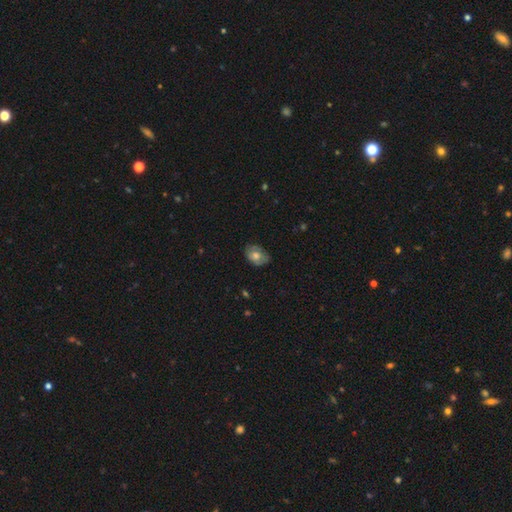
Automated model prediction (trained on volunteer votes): smooth_or_featured: smooth (p=0.65) [alt: featured or disk p=0.28]
how_rounded: in between (p=0.76) [alt: round p=0.23]
merging: none (p=0.67) [alt: minor disturbance p=0.26]